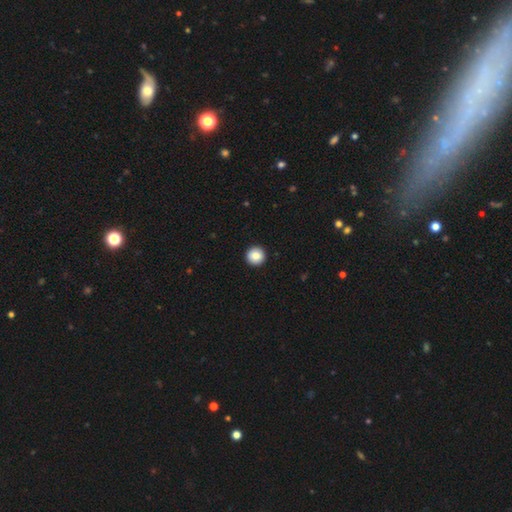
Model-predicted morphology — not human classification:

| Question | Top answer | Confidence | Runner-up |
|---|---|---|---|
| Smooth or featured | smooth | 85% | star or artifact (8%) |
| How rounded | round | 96% | in between (3%) |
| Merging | none | 94% | minor disturbance (4%) |